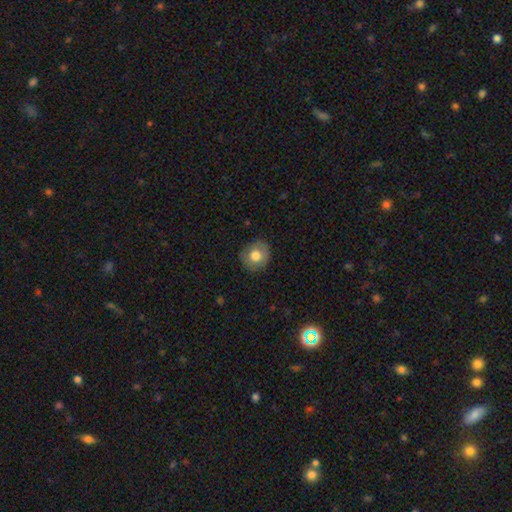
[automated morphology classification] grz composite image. It shows a smooth galaxy with no disk features (73%) that is round (85%). Merging: none (84%).